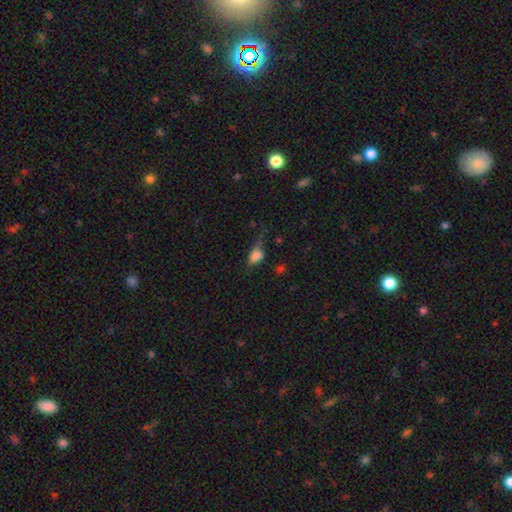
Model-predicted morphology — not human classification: smooth-or-featured: smooth: 73% | featured or disk: 14% | star or artifact: 12%
  how-rounded: in between: 77% | round: 17% | cigar-shaped: 6%
  merging: major disturbance: 33% | none: 32% | minor disturbance: 30% | merger: 5%